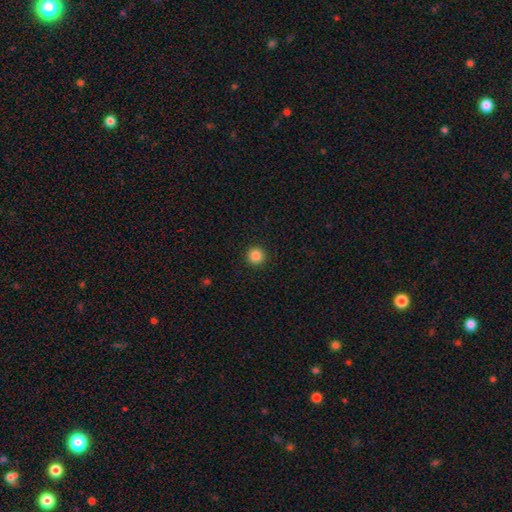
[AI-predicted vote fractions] Smooth or featured?
  - smooth: 86% *
  - star or artifact: 11%
  - featured or disk: 3%
How rounded?
  - round: 96% *
  - in between: 3%
  - cigar-shaped: 1%
Merging?
  - none: 93% *
  - minor disturbance: 4%
  - major disturbance: 2%
  - merger: 1%